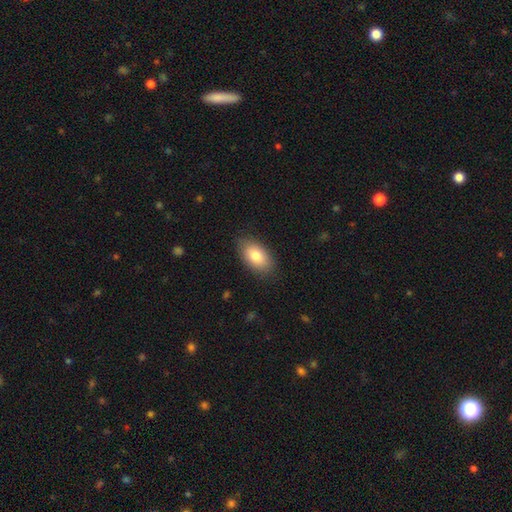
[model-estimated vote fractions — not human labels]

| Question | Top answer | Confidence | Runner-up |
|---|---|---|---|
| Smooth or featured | smooth | 81% | featured or disk (12%) |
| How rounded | in between | 93% | round (5%) |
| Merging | none | 86% | minor disturbance (11%) |